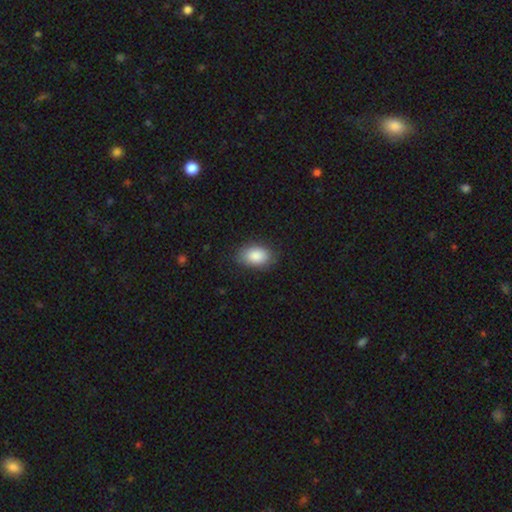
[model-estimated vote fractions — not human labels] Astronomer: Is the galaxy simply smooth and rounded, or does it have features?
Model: smooth — 88%.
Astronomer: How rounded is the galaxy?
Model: in between — 89%.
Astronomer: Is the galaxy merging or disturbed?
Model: none — 83%.